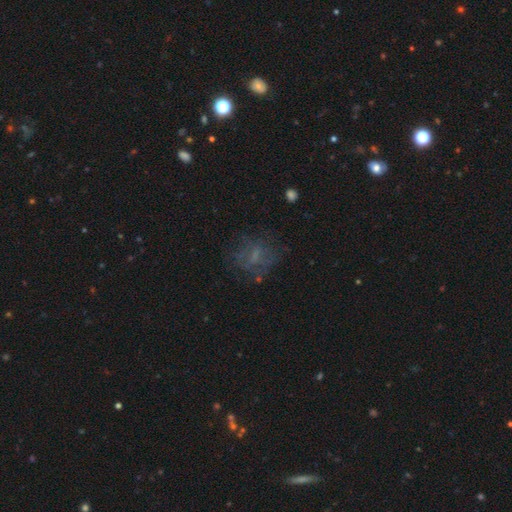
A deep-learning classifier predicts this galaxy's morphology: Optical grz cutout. It shows a featured or disk galaxy (41%). Merging: none (58%).